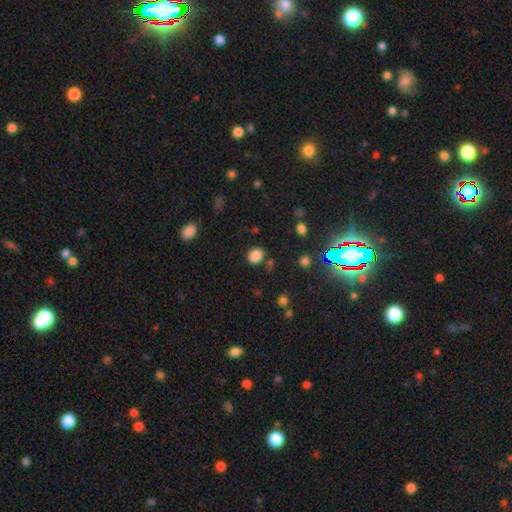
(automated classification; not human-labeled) smooth_or_featured: smooth (p=0.83) [alt: star or artifact p=0.13]
how_rounded: round (p=0.51) [alt: in between p=0.48]
merging: none (p=0.78) [alt: minor disturbance p=0.12]